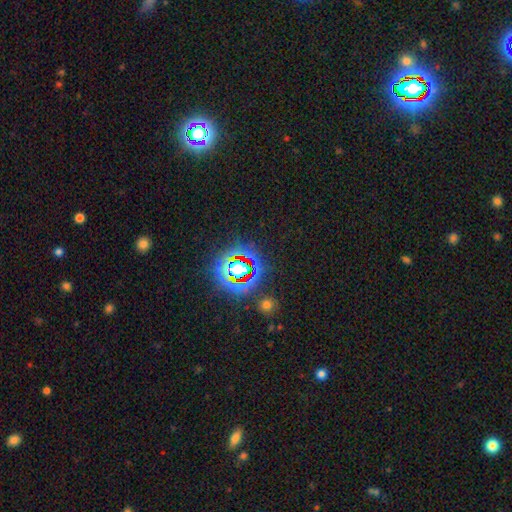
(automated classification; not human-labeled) smooth-or-featured: star or artifact: 80% | smooth: 12% | featured or disk: 8%